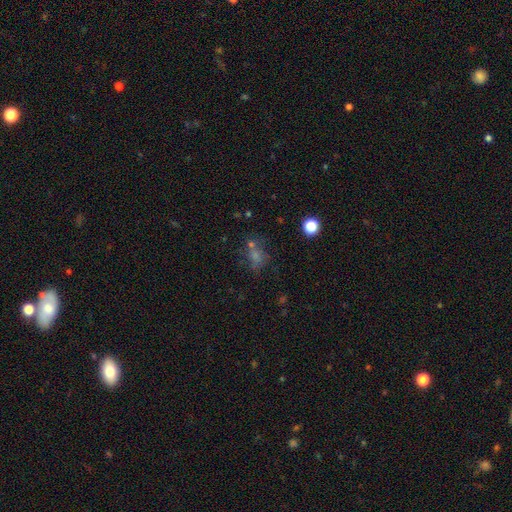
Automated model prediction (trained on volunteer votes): This is likely a smooth galaxy (60%). How rounded: possibly in between (51%). Merging: possibly none (47%).